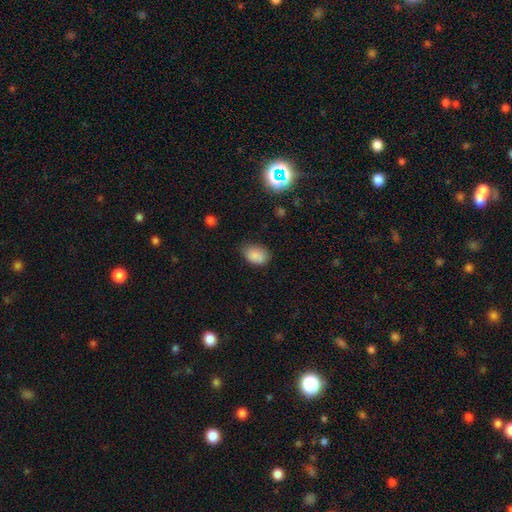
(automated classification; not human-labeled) A smooth galaxy with no disk features (85%) that is in between round and cigar-shaped (82%).

Vote fractions:
- Smooth or featured? smooth: 85% / star or artifact: 10% / featured or disk: 5%
- How rounded? in between: 82% / round: 17% / cigar-shaped: 1%
- Merging? none: 68% / minor disturbance: 25% / major disturbance: 5% / merger: 2%